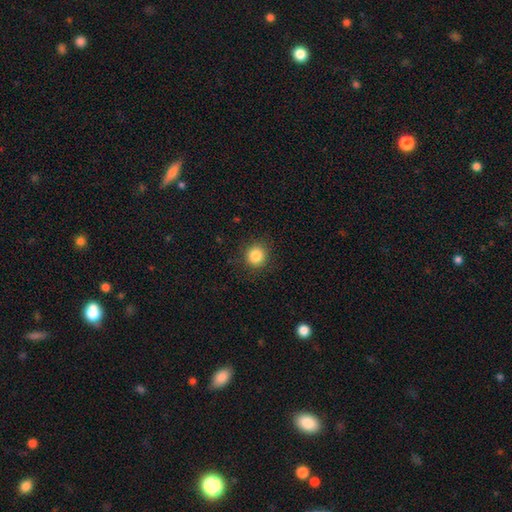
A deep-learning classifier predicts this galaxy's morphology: Smooth or featured: smooth — 85% (star or artifact — 11%)
How rounded: round — 91% (in between — 8%)
Merging: none — 89% (minor disturbance — 7%)